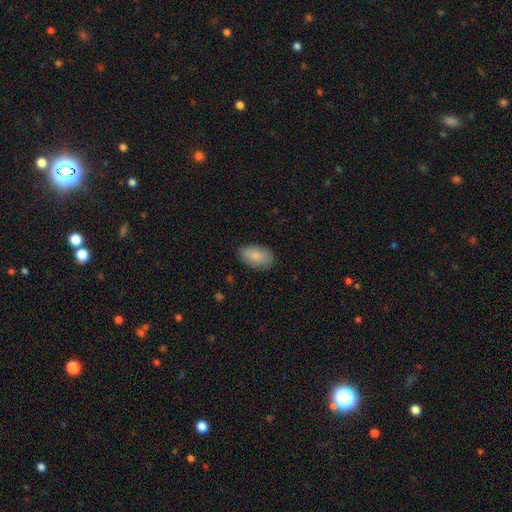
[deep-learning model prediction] Q: Smooth or featured?
A: smooth (84%); runner-up: featured or disk (9%)
Q: How rounded?
A: in between (93%); runner-up: round (5%)
Q: Merging?
A: none (79%); runner-up: minor disturbance (16%)